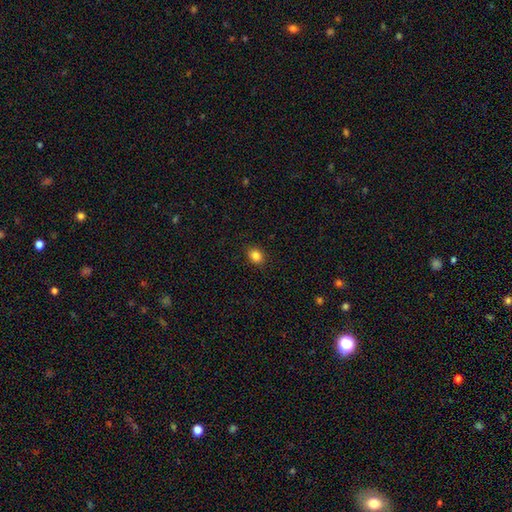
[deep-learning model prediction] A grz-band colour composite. It shows a smooth galaxy with no disk features (84%) that is round (53%). Merging: none (90%).